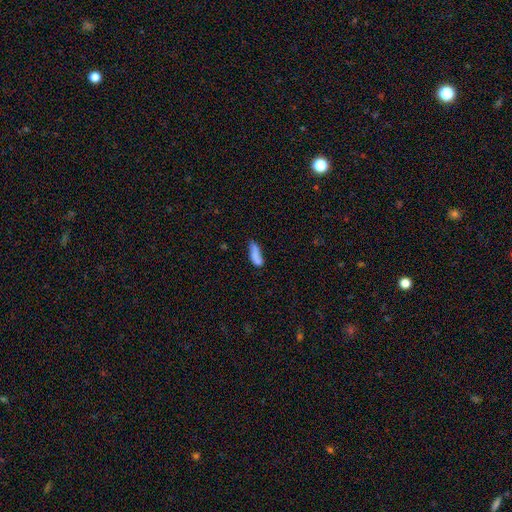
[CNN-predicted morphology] This is likely a smooth galaxy (79%). How rounded: possibly in between (58%). Merging: possibly none (49%).